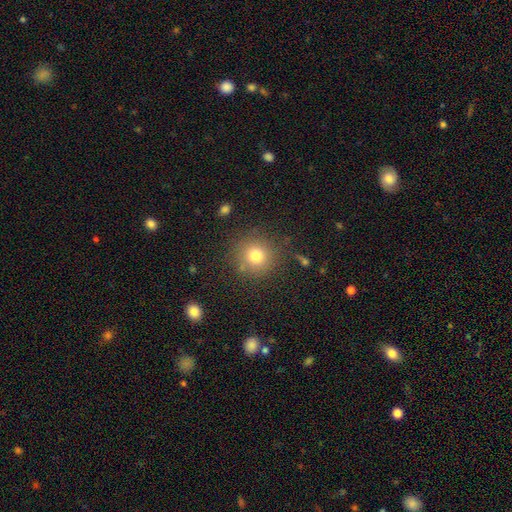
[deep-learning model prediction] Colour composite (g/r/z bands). It shows a smooth galaxy with no disk features (77%) that is round (92%). Merging: none (83%).